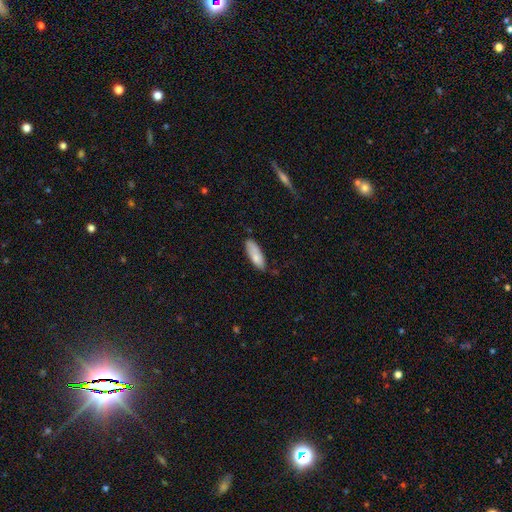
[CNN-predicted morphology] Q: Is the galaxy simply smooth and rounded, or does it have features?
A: smooth — 81%.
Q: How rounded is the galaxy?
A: in between — 62%.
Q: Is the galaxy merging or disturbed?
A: none — 66%.